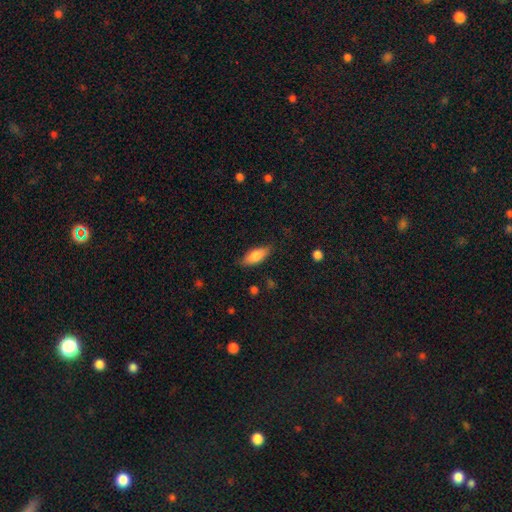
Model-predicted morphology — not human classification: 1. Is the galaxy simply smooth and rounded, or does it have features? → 82% smooth, 12% featured or disk, 6% star or artifact.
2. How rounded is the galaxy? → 78% in between, 20% cigar-shaped, 2% round.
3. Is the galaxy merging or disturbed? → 79% none, 16% minor disturbance, 4% major disturbance, 1% merger.